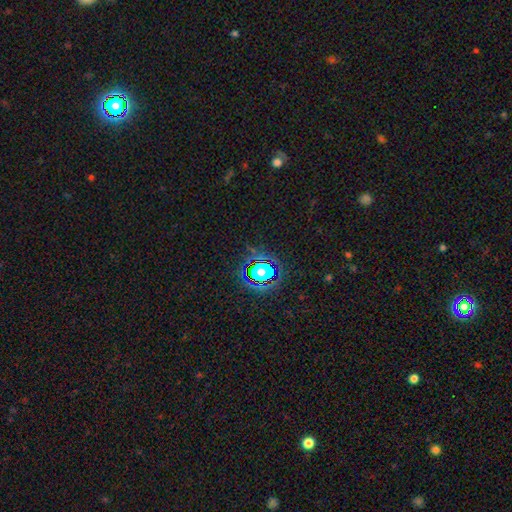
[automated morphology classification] This is likely a star or artifact rather than a galaxy (78%).